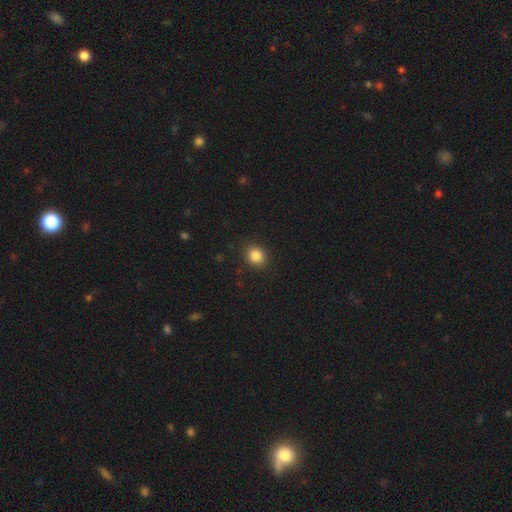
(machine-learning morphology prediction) Smooth or featured?
  - smooth: 85% *
  - star or artifact: 10%
  - featured or disk: 4%
How rounded?
  - round: 63% *
  - in between: 36%
  - cigar-shaped: 1%
Merging?
  - none: 89% *
  - minor disturbance: 8%
  - major disturbance: 2%
  - merger: 1%